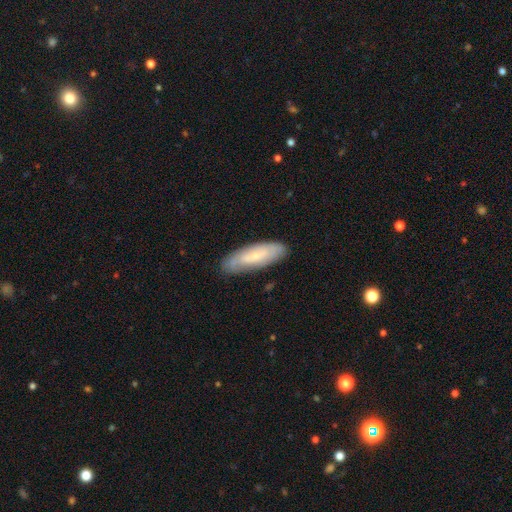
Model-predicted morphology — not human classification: smooth_or_featured: smooth (p=0.52) [alt: featured or disk p=0.41]
how_rounded: in between (p=0.51) [alt: cigar-shaped p=0.47]
merging: none (p=0.80) [alt: minor disturbance p=0.15]